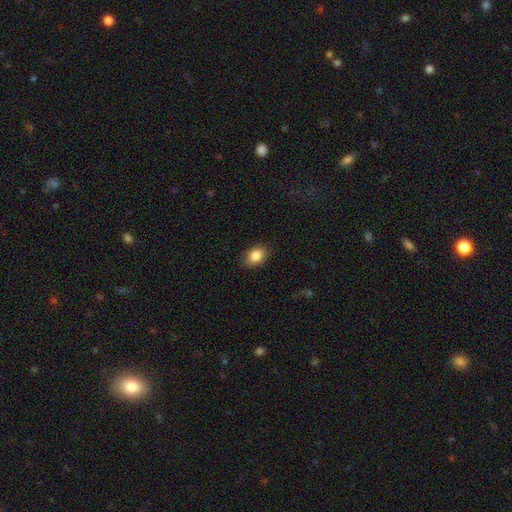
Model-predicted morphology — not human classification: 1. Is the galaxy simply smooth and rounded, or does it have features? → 86% smooth, 8% star or artifact, 6% featured or disk.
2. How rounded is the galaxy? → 74% in between, 25% round, 1% cigar-shaped.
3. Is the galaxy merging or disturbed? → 87% none, 9% minor disturbance, 2% major disturbance, 1% merger.